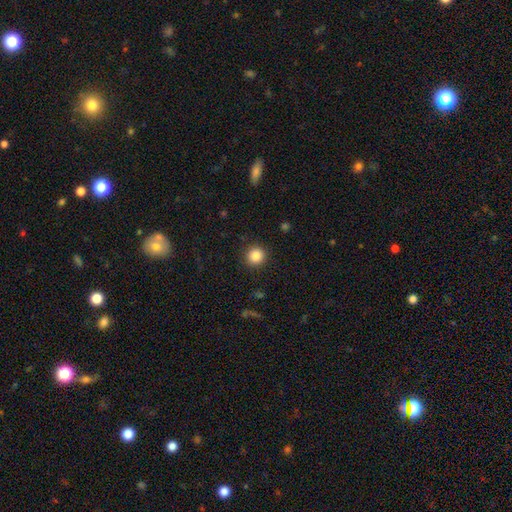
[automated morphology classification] smooth 86%, star or artifact 10%, featured or disk 4%. Down the decision tree: how rounded — round (93%); merging — none (91%).